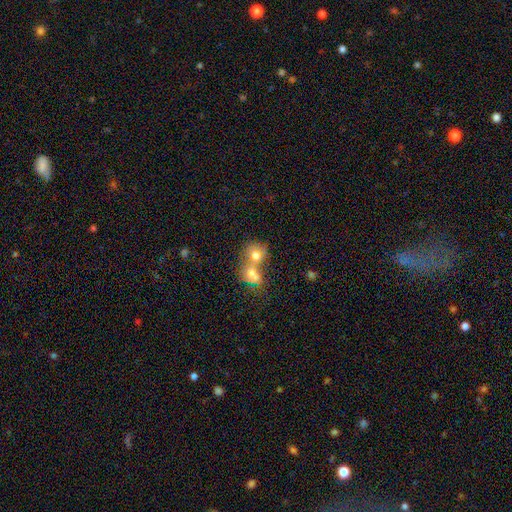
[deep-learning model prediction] smooth_or_featured: smooth (p=0.70) [alt: featured or disk p=0.19]
how_rounded: round (p=0.65) [alt: in between p=0.34]
merging: merger (p=0.71) [alt: none p=0.19]